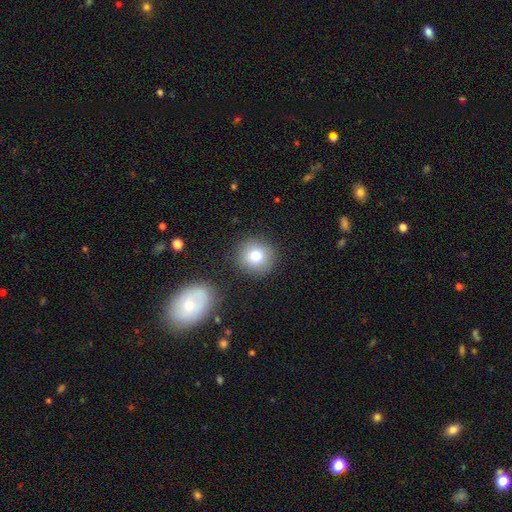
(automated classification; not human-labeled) smooth_or_featured: smooth (p=0.77) [alt: star or artifact p=0.11]
how_rounded: round (p=0.92) [alt: in between p=0.07]
merging: none (p=0.88) [alt: minor disturbance p=0.07]